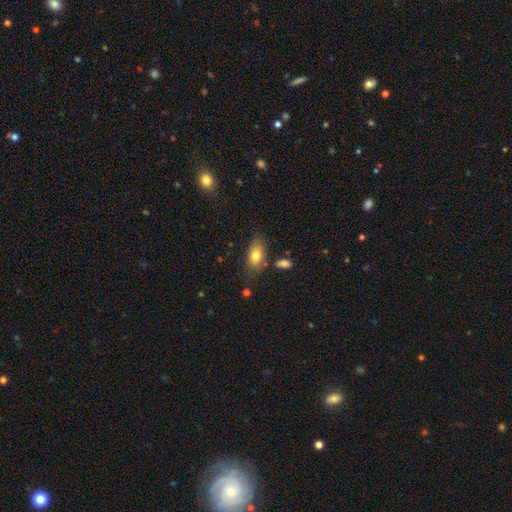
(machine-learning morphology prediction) smooth-or-featured: smooth: 77% | featured or disk: 15% | star or artifact: 8%
  how-rounded: in between: 87% | cigar-shaped: 7% | round: 7%
  merging: none: 73% | minor disturbance: 17% | merger: 6% | major disturbance: 4%